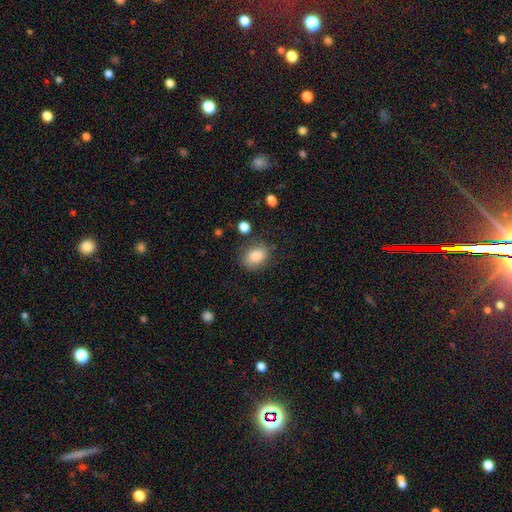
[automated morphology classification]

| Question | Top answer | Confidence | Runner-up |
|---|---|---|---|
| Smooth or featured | smooth | 85% | star or artifact (8%) |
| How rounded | in between | 70% | round (29%) |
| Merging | none | 75% | minor disturbance (16%) |